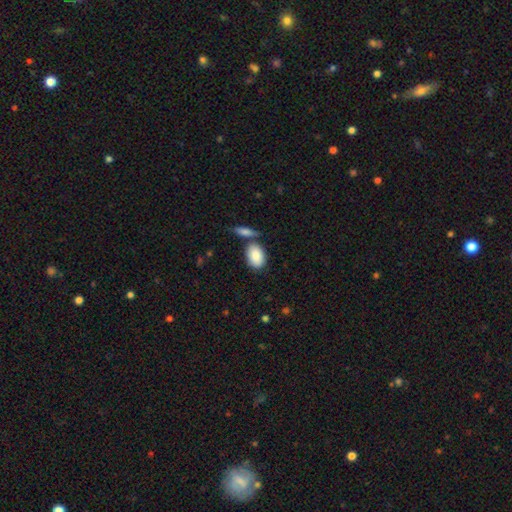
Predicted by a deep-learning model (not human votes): Smooth or featured? smooth (87%)
How rounded? in between (88%)
Merging? none (63%)